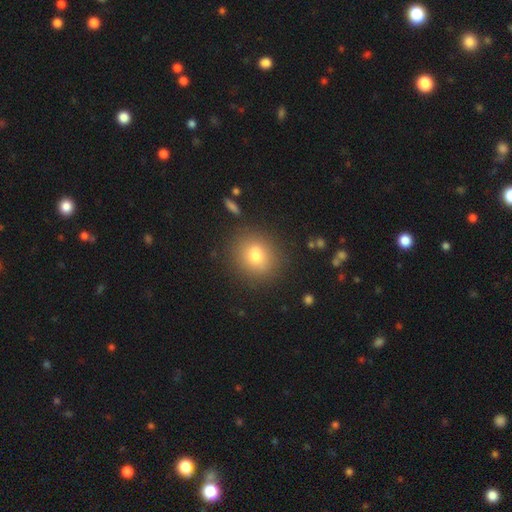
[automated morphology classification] smooth 75%, star or artifact 13%, featured or disk 11%. Down the decision tree: how rounded — round (80%); merging — none (88%).